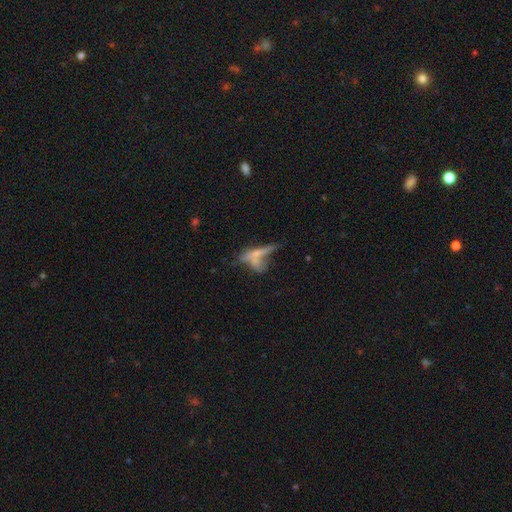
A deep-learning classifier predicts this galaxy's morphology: smooth 49%, featured or disk 39%, star or artifact 12%. Down the decision tree: merging — merger (43%).